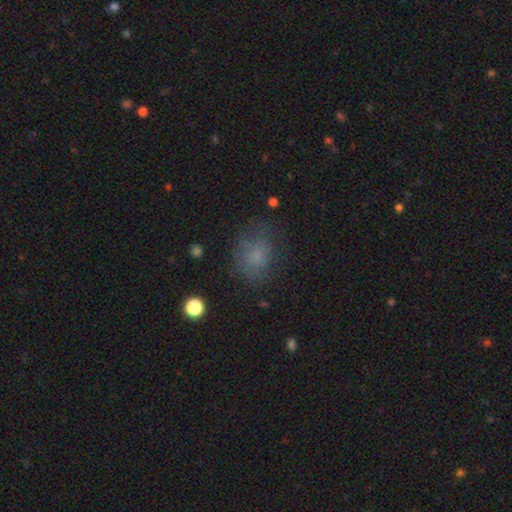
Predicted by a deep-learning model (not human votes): Overall: smooth (70%). How rounded: in between (53%; round 46%). Merging: none (63%).